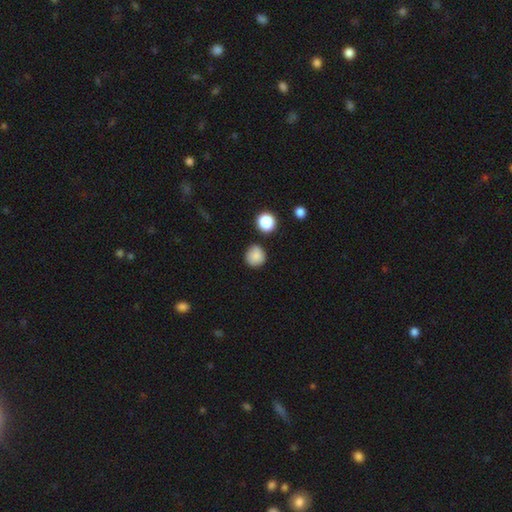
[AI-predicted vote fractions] A smooth galaxy with no disk features (85%) that is round (91%). Merging: none (84%).